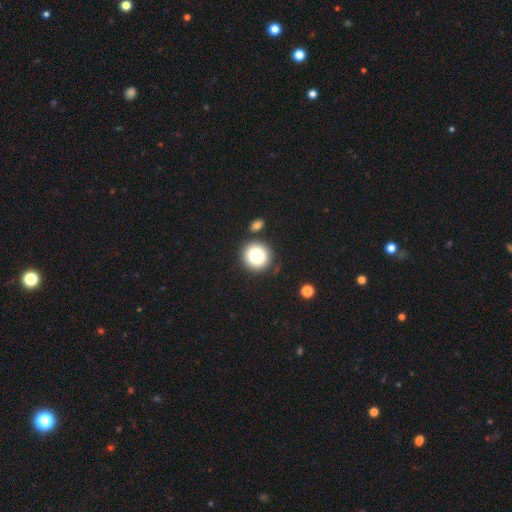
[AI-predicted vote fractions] Smooth or featured: smooth — 83% (star or artifact — 10%)
How rounded: round — 93% (in between — 6%)
Merging: none — 81% (minor disturbance — 9%)